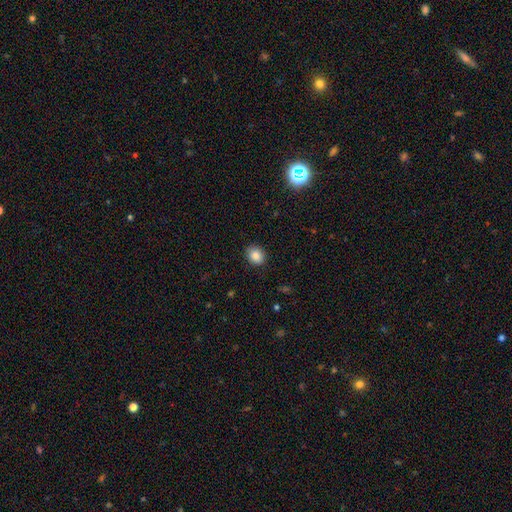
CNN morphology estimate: Smooth or featured? Predicted: smooth (p=0.86). How rounded? Predicted: round (p=0.60). Merging? Predicted: none (p=0.88).